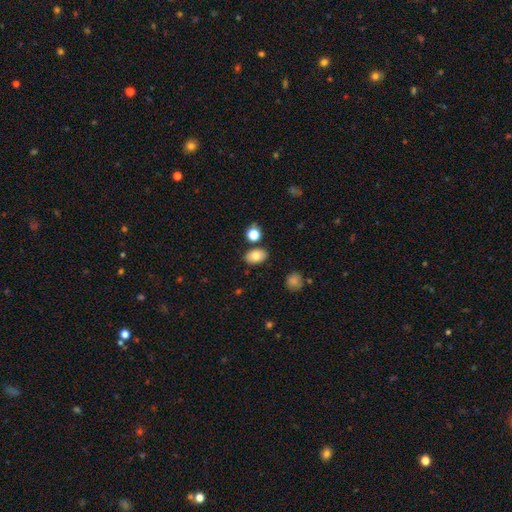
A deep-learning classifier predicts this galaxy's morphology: Smooth or featured? smooth (80%)
How rounded? in between (85%)
Merging? none (82%)